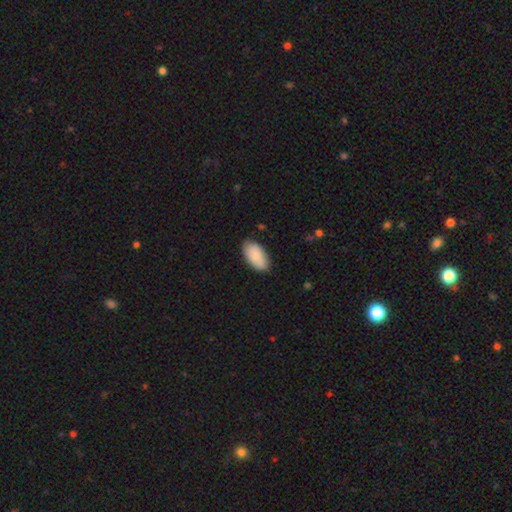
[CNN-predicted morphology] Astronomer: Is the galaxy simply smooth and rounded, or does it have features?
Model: smooth — 86%.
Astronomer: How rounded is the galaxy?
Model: in between — 95%.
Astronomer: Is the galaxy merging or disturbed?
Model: none — 82%.